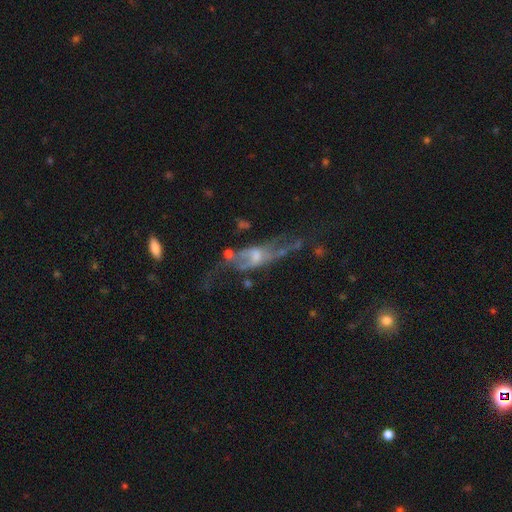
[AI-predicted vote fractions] Morphology: type=featured or disk (70%); edge-on=no (72%); bar=no (62%); spiral arms=yes (53%); bulge=moderate (39%); merging=major disturbance (37%).